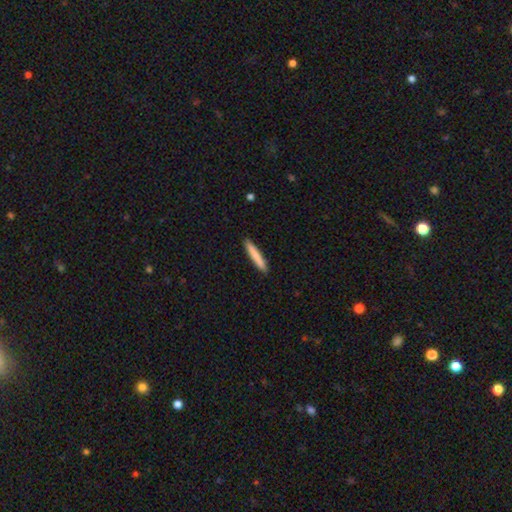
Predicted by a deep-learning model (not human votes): This appears to be a smooth galaxy with no disk features (81%) that is cigar-shaped (94%). Merging: none (90%).